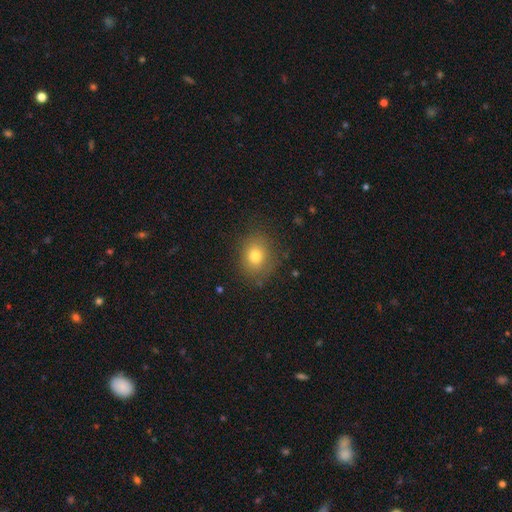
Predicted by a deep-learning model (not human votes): Overall: smooth (76%). How rounded: round (54%; in between 45%). Merging: none (80%).